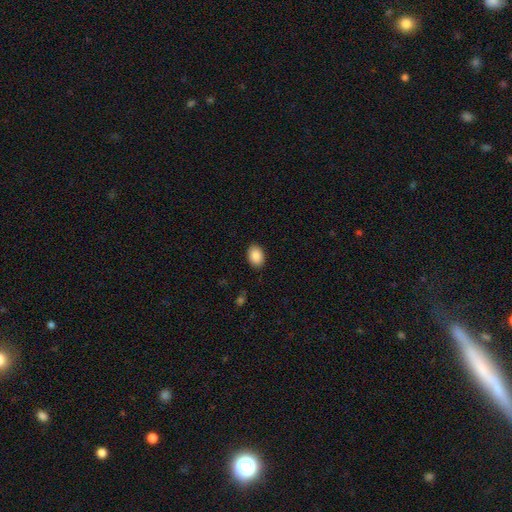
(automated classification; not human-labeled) Q: Smooth or featured?
A: smooth (89%); runner-up: star or artifact (7%)
Q: How rounded?
A: in between (78%); runner-up: round (21%)
Q: Merging?
A: none (89%); runner-up: minor disturbance (8%)